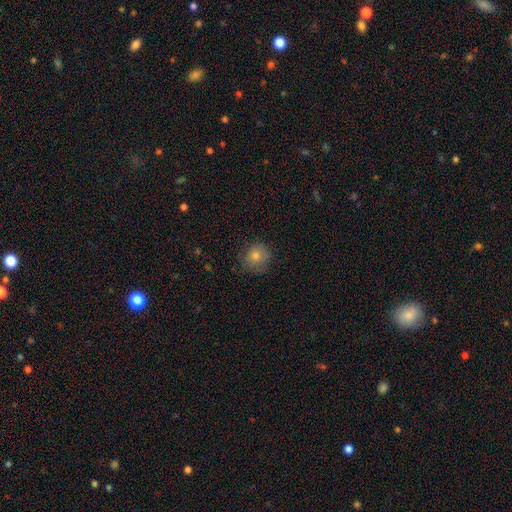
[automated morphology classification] A smooth galaxy with no disk features (73%) that is round (90%). Merging: none (79%).